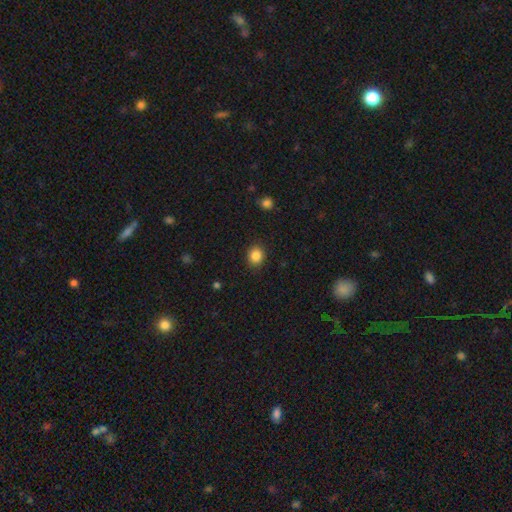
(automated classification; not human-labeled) smooth_or_featured: smooth (p=0.86) [alt: star or artifact p=0.10]
how_rounded: round (p=0.72) [alt: in between p=0.27]
merging: none (p=0.89) [alt: minor disturbance p=0.08]